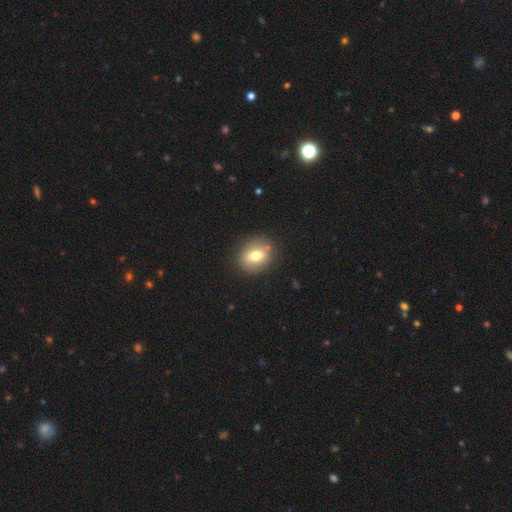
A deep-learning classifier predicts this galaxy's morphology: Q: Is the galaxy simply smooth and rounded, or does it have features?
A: smooth — 70%.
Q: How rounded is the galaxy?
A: round — 58%.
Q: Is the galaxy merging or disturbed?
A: none — 85%.